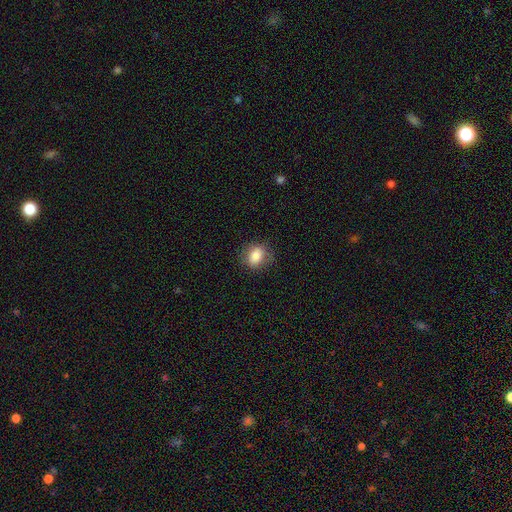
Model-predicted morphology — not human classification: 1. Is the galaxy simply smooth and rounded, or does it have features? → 83% smooth, 9% star or artifact, 8% featured or disk.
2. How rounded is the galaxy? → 51% in between, 48% round, 1% cigar-shaped.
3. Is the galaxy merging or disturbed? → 80% none, 15% minor disturbance, 5% major disturbance, 1% merger.